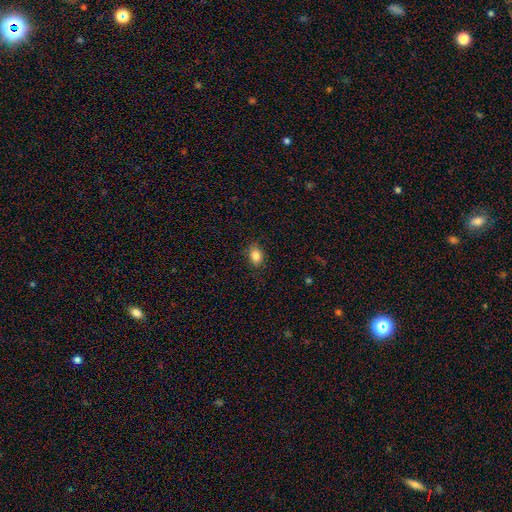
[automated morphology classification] Q: Smooth or featured?
A: smooth (83%); runner-up: star or artifact (10%)
Q: How rounded?
A: in between (74%); runner-up: round (25%)
Q: Merging?
A: none (85%); runner-up: minor disturbance (12%)